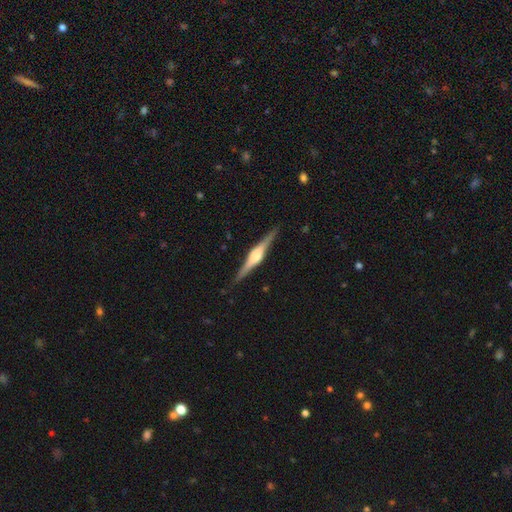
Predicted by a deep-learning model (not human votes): smooth_or_featured: featured or disk (p=0.82) [alt: smooth p=0.13]
disk_edge_on: yes (p=0.98) [alt: no p=0.02]
edge_on_bulge: rounded (p=0.83) [alt: boxy p=0.15]
merging: none (p=0.90) [alt: minor disturbance p=0.08]